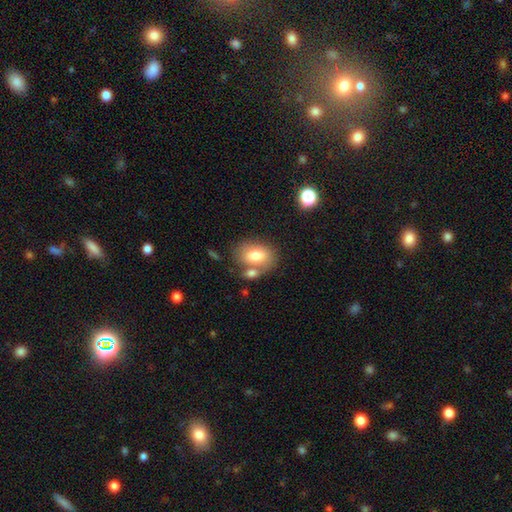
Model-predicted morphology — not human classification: smooth 76%, featured or disk 15%, star or artifact 8%. Down the decision tree: how rounded — in between (76%); merging — none (57%).